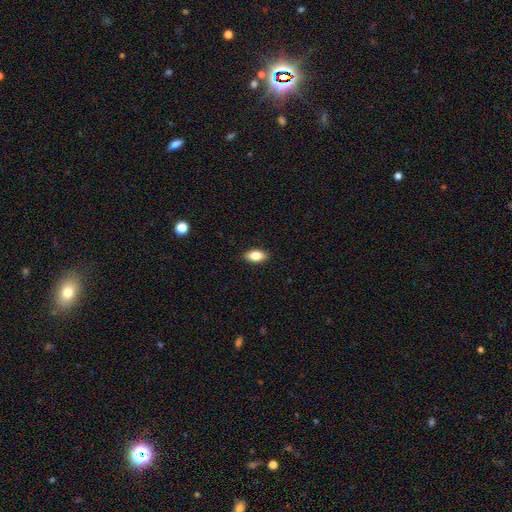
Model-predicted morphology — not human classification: Q: Smooth or featured?
A: smooth (83%); runner-up: featured or disk (10%)
Q: How rounded?
A: in between (90%); runner-up: round (5%)
Q: Merging?
A: none (89%); runner-up: minor disturbance (8%)